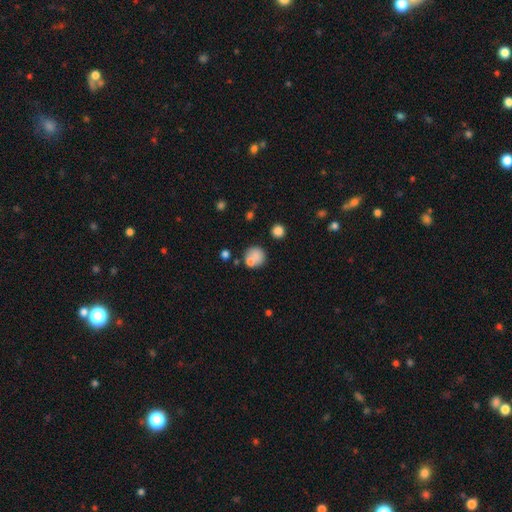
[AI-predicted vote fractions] Smooth or featured?
  - smooth: 76% *
  - featured or disk: 13%
  - star or artifact: 10%
How rounded?
  - round: 86% *
  - in between: 13%
  - cigar-shaped: 1%
Merging?
  - none: 60% *
  - merger: 20%
  - minor disturbance: 14%
  - major disturbance: 6%